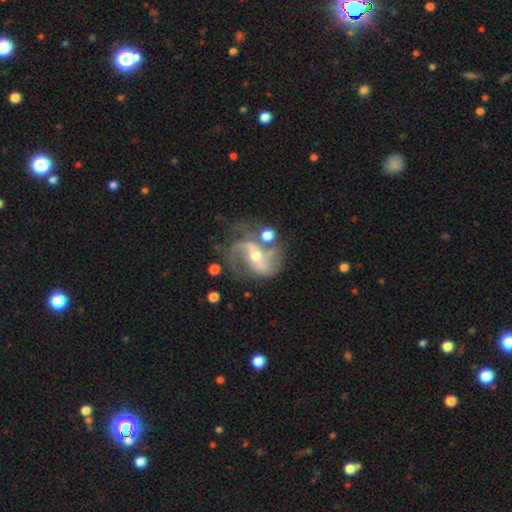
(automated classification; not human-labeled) A featured or disk galaxy (88%) with a strong bar (39%), 2 (84%) medium (48%) spiral arms (96%) and a moderate central bulge (54%). Merging: none (57%).